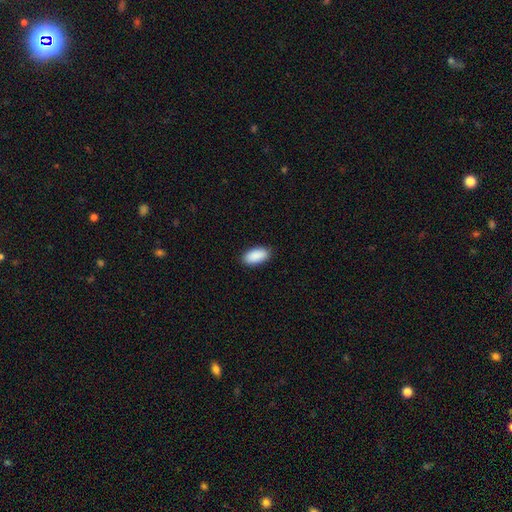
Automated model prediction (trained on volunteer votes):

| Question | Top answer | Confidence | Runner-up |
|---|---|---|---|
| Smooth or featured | smooth | 91% | star or artifact (6%) |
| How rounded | in between | 94% | cigar-shaped (4%) |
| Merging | none | 89% | minor disturbance (8%) |